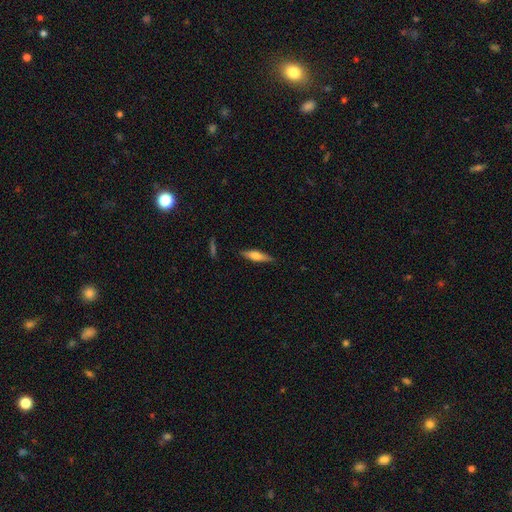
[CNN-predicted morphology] Smooth or featured: smooth — 50% (featured or disk — 44%)
Merging: none — 86% (minor disturbance — 10%)